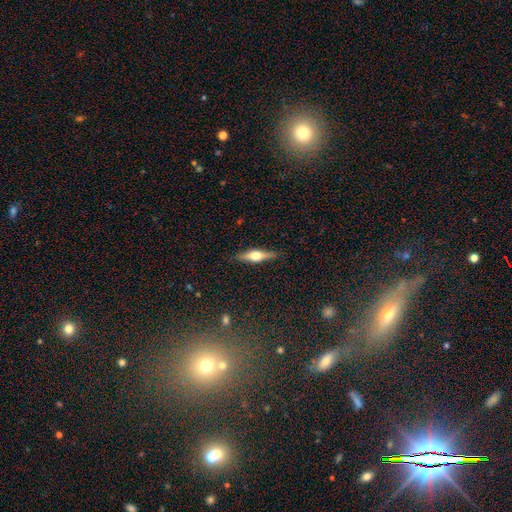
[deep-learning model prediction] Morphology: type=featured or disk (63%); edge-on=yes (96%); edge-on bulge=rounded (93%); merging=none (88%).